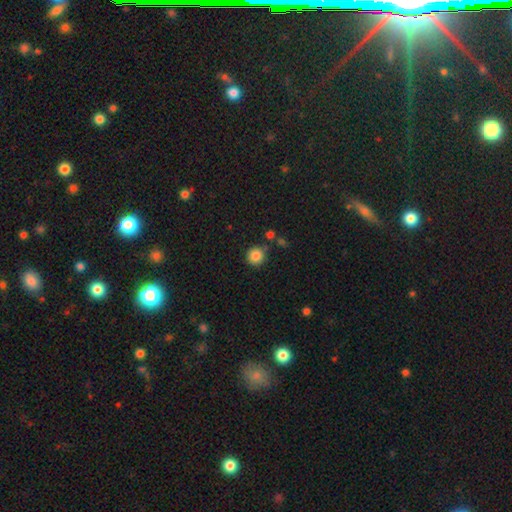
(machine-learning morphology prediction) Smooth or featured? smooth (85%)
How rounded? round (93%)
Merging? none (80%)